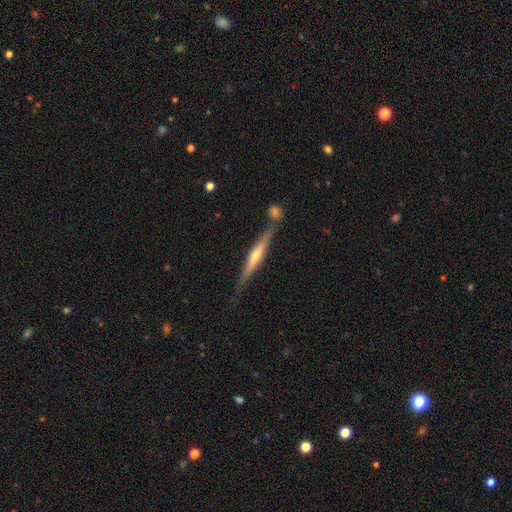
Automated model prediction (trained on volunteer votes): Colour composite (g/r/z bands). It shows a featured or disk galaxy (72%) viewed edge-on (97%) with a rounded central bulge (81%). Merging: none (73%).